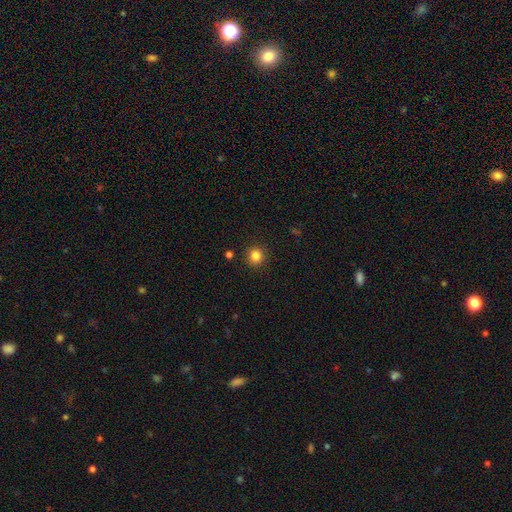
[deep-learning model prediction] Q: Smooth or featured?
A: smooth (84%); runner-up: star or artifact (12%)
Q: How rounded?
A: round (92%); runner-up: in between (7%)
Q: Merging?
A: none (91%); runner-up: minor disturbance (6%)